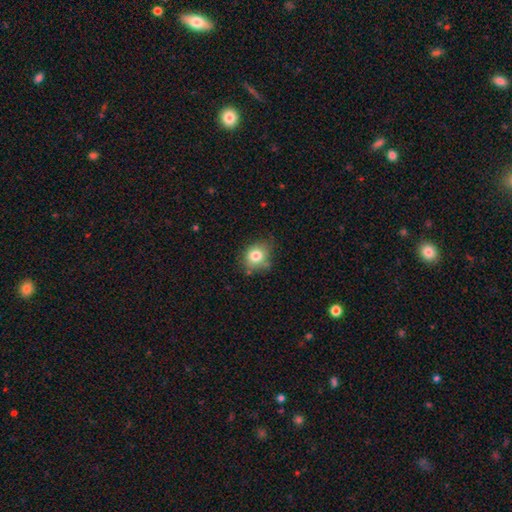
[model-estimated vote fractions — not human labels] smooth 80%, star or artifact 10%, featured or disk 10%. Down the decision tree: how rounded — round (62%); merging — none (70%).